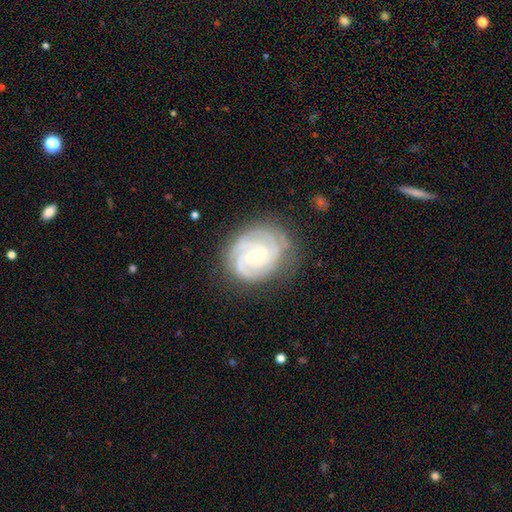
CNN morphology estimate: type=featured or disk (88%); edge-on=no (98%); bar=weak (56%); spiral arms=yes (97%); winding=tight (73%); arm count=2 (31%); bulge=small (53%); merging=none (74%).